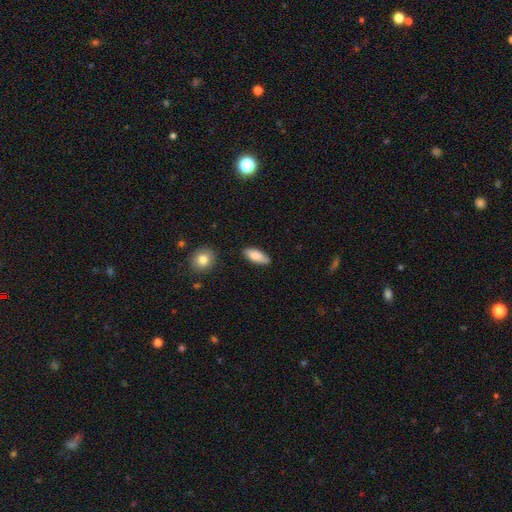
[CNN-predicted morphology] A smooth galaxy with no disk features (83%) that is in between round and cigar-shaped (80%).

Vote fractions:
- Smooth or featured? smooth: 83% / featured or disk: 10% / star or artifact: 6%
- How rounded? in between: 80% / cigar-shaped: 18% / round: 2%
- Merging? none: 80% / minor disturbance: 16% / major disturbance: 3% / merger: 2%